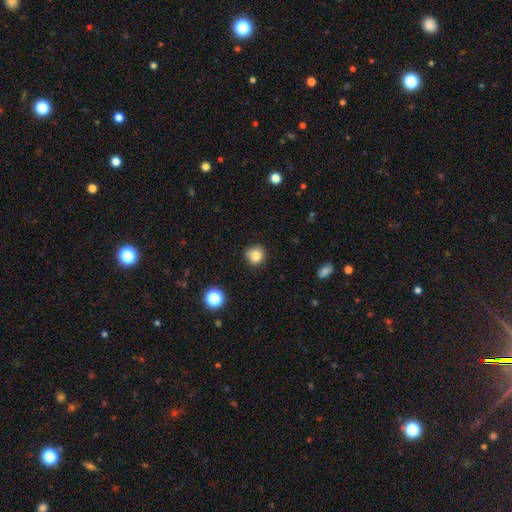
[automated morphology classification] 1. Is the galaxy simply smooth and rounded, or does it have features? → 82% smooth, 12% star or artifact, 6% featured or disk.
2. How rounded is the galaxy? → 91% round, 8% in between, 1% cigar-shaped.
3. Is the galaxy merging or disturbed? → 85% none, 11% minor disturbance, 2% major disturbance, 2% merger.